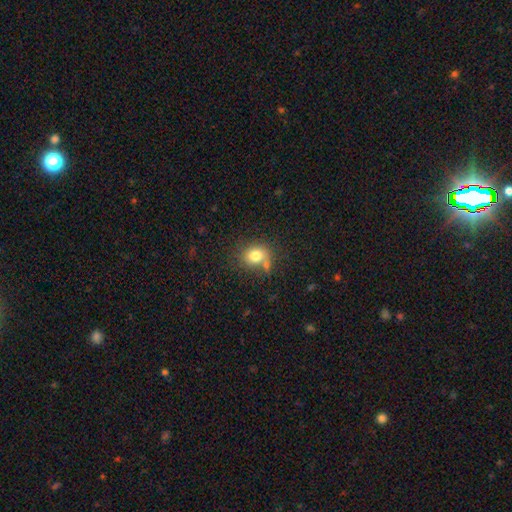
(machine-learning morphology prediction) smooth-or-featured: smooth: 78% | star or artifact: 11% | featured or disk: 11%
  how-rounded: round: 62% | in between: 37% | cigar-shaped: 1%
  merging: none: 59% | minor disturbance: 18% | merger: 16% | major disturbance: 7%